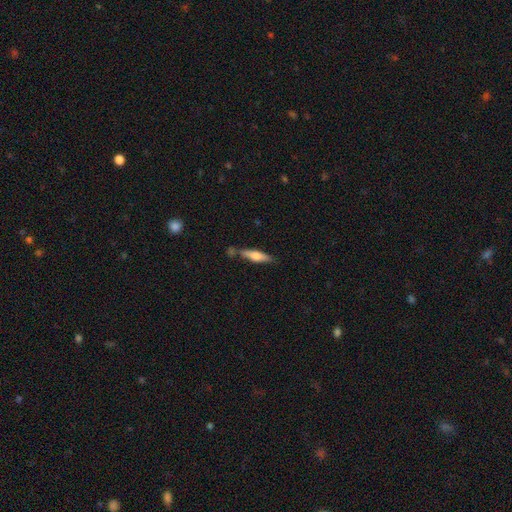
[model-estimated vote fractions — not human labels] Smooth or featured? Predicted: smooth (p=0.52). How rounded? Predicted: cigar-shaped (p=0.77). Merging? Predicted: none (p=0.72).